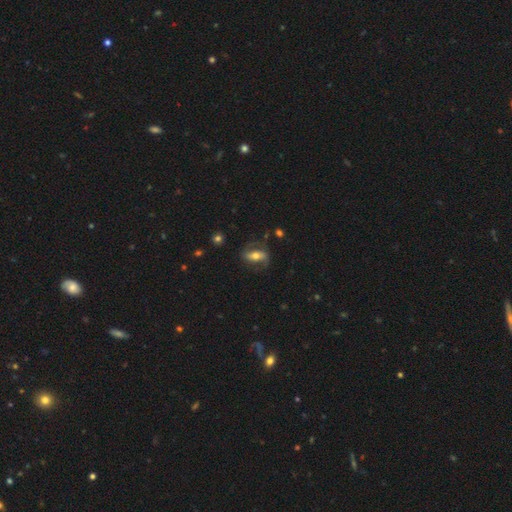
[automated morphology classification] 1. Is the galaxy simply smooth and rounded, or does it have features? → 66% featured or disk, 27% smooth, 7% star or artifact.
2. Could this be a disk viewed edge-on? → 91% no, 9% yes.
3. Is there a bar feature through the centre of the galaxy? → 48% strong, 27% no, 26% weak.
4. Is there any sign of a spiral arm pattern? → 81% yes, 19% no.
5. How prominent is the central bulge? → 63% moderate, 24% small, 10% large, 2% dominant, 2% none.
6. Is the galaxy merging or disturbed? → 68% none, 17% minor disturbance, 13% major disturbance, 2% merger.